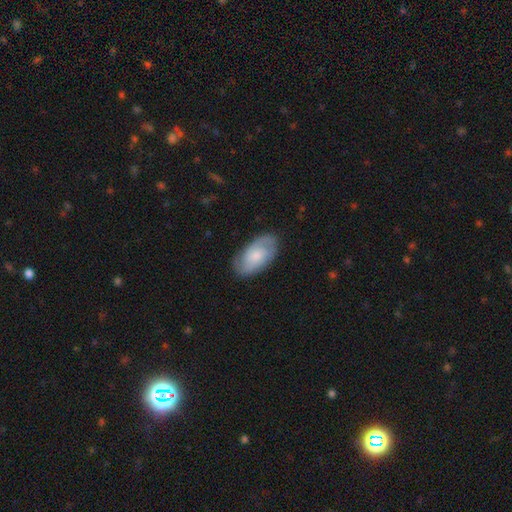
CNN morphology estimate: A featured or disk galaxy (51%). Merging: none (80%).